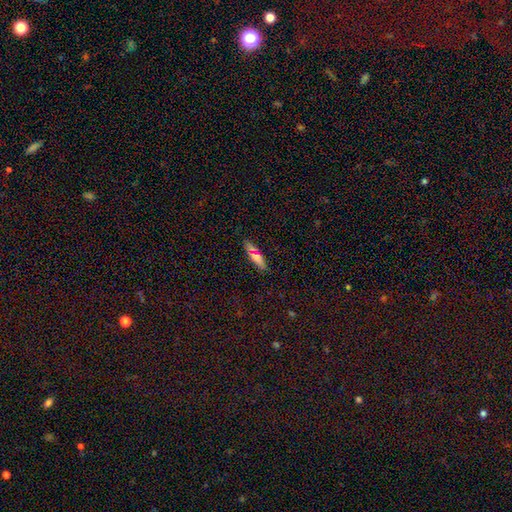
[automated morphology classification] Q: Smooth or featured?
A: smooth (70%); runner-up: featured or disk (19%)
Q: How rounded?
A: cigar-shaped (64%); runner-up: in between (33%)
Q: Merging?
A: none (85%); runner-up: minor disturbance (10%)